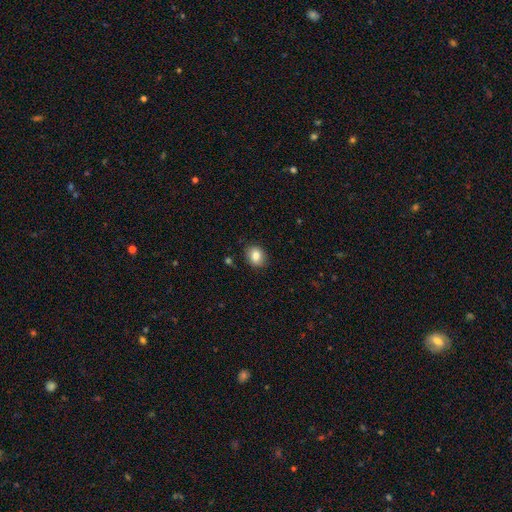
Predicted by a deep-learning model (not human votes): Smooth or featured?
  - smooth: 83% *
  - star or artifact: 9%
  - featured or disk: 8%
How rounded?
  - round: 56% *
  - in between: 43%
  - cigar-shaped: 1%
Merging?
  - none: 87% *
  - minor disturbance: 10%
  - major disturbance: 2%
  - merger: 1%